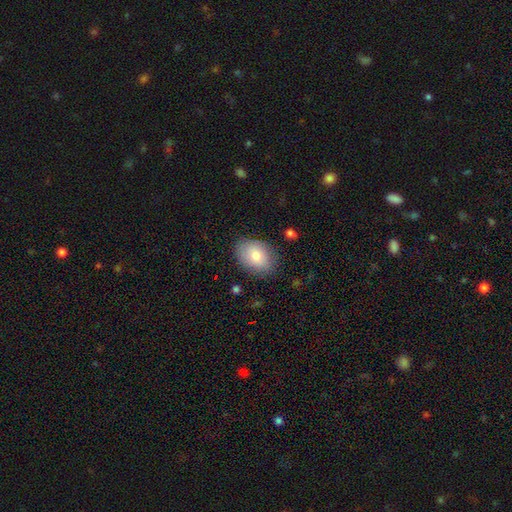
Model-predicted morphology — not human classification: A smooth galaxy with no disk features (78%) that is in between round and cigar-shaped (80%). Merging: none (82%).